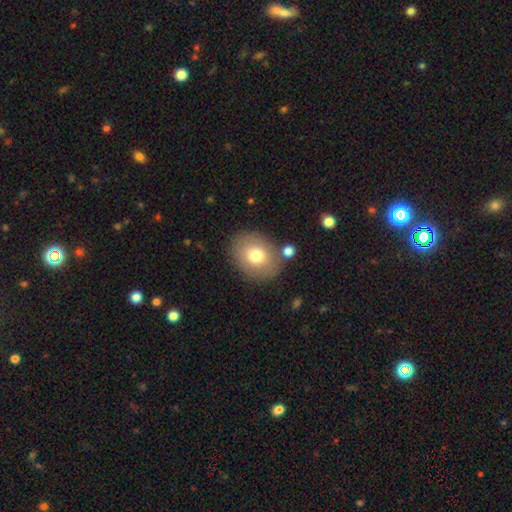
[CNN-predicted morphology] smooth-or-featured: smooth: 75% | featured or disk: 17% | star or artifact: 8%
  how-rounded: in between: 51% | round: 48% | cigar-shaped: 1%
  merging: none: 76% | minor disturbance: 12% | merger: 7% | major disturbance: 4%